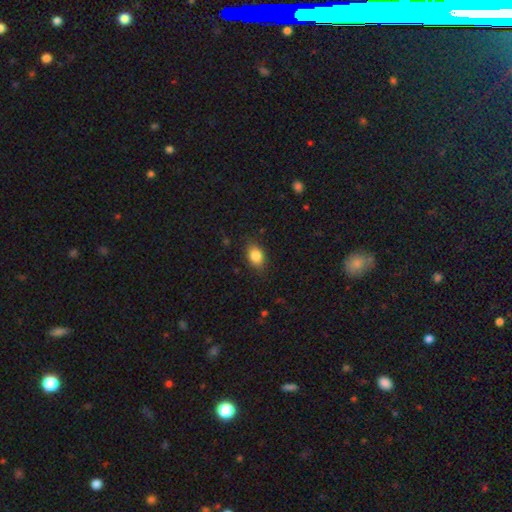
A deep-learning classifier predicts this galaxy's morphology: Smooth or featured: smooth — 86% (star or artifact — 8%)
How rounded: in between — 78% (round — 21%)
Merging: none — 83% (minor disturbance — 13%)